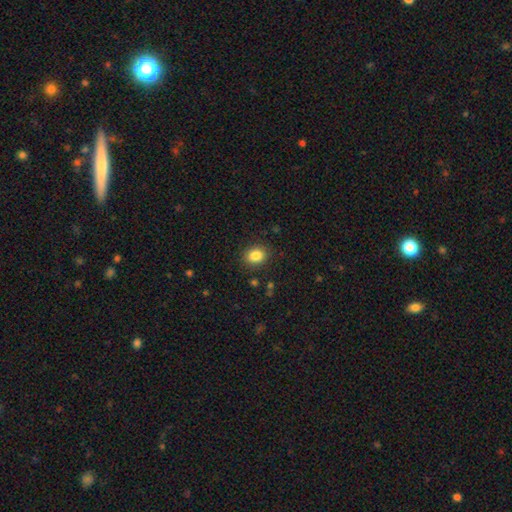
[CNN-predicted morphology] Overall: smooth (85%). How rounded: in between (50%; round 49%). Merging: none (88%).